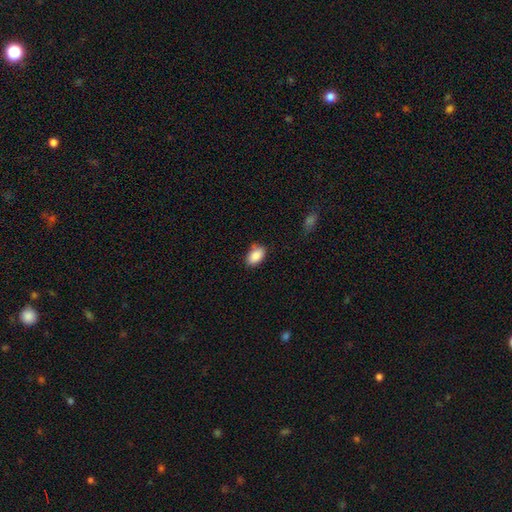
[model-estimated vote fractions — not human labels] Morphology: type=smooth (88%); roundness=in between (91%); merging=none (76%).